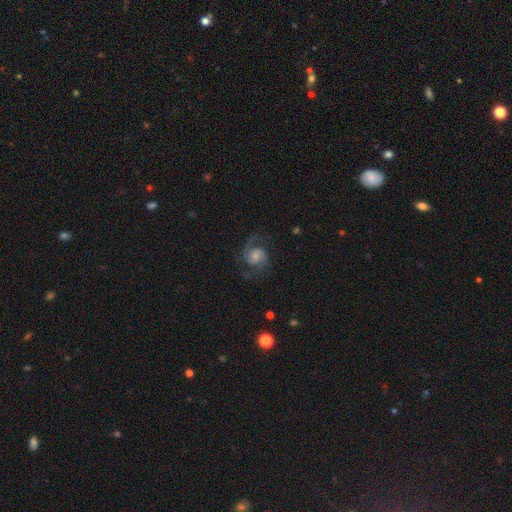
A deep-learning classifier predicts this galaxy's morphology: The model was most divided on "bulge size": small: 36%, moderate: 31%, none: 16%, large: 14%, dominant: 3%. More confident: edge-on disk — no (98%); spiral arms — yes (97%); spiral arm count — 2 (88%); smooth or featured — featured or disk (83%); merging — none (74%); bar — no (58%); spiral winding — medium (57%).